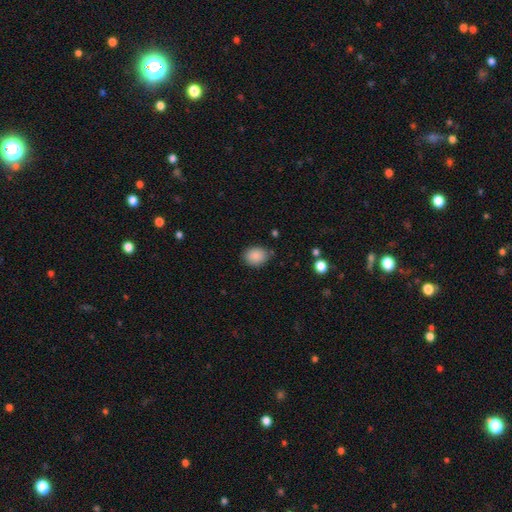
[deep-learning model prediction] smooth 88%, star or artifact 8%, featured or disk 4%. Down the decision tree: how rounded — in between (52%); merging — none (78%).